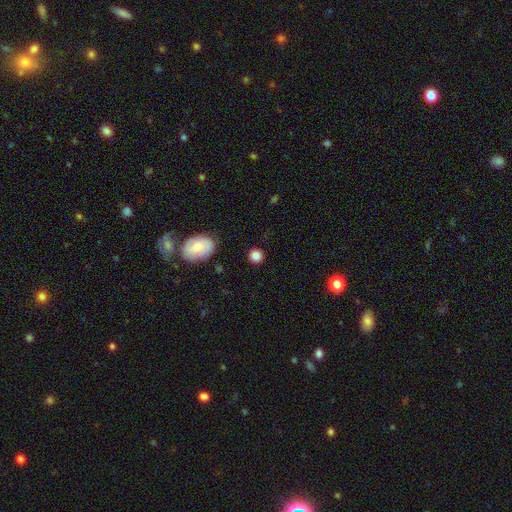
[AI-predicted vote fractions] Smooth or featured? Predicted: smooth (p=0.85). How rounded? Predicted: round (p=0.88). Merging? Predicted: none (p=0.87).